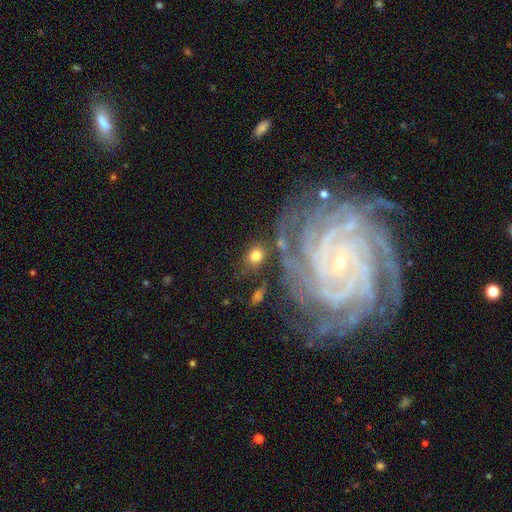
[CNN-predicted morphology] Smooth or featured?
  - smooth: 72% *
  - featured or disk: 19%
  - star or artifact: 9%
How rounded?
  - round: 62% *
  - in between: 36%
  - cigar-shaped: 2%
Merging?
  - none: 70% *
  - minor disturbance: 14%
  - merger: 9%
  - major disturbance: 8%